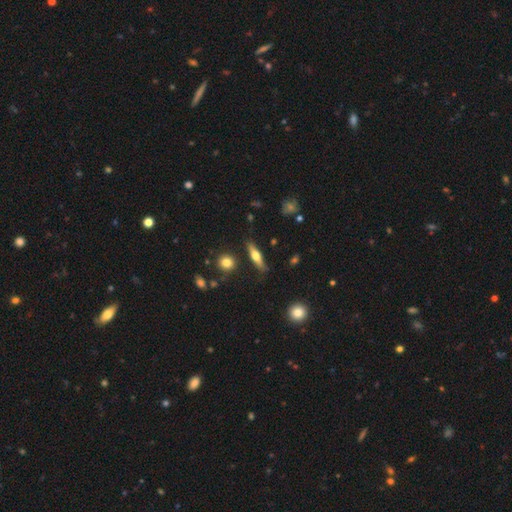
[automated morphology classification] Smooth or featured? featured or disk (49%)
Merging? none (81%)